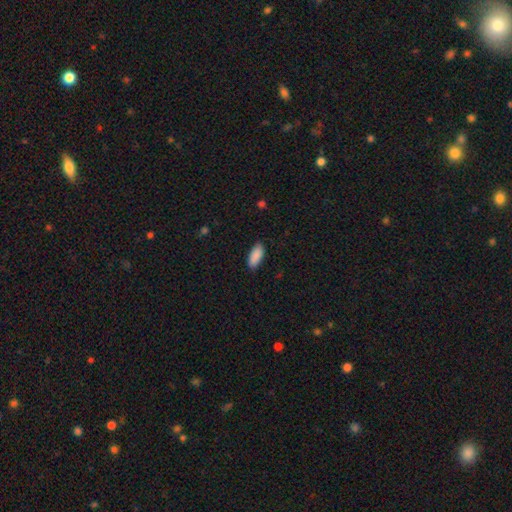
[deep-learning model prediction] This is clearly a smooth galaxy (90%). How rounded: clearly in between (86%). Merging: clearly none (85%).